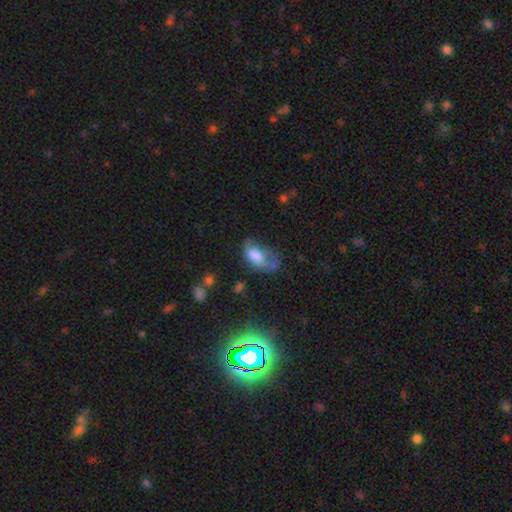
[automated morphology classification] Smooth or featured? smooth (66%)
How rounded? in between (91%)
Merging? major disturbance (35%)